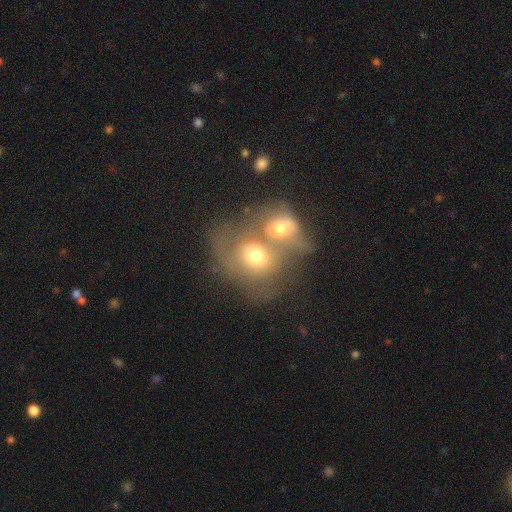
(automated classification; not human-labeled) smooth_or_featured: smooth (p=0.48) [alt: featured or disk p=0.42]
merging: merger (p=0.75) [alt: none p=0.12]